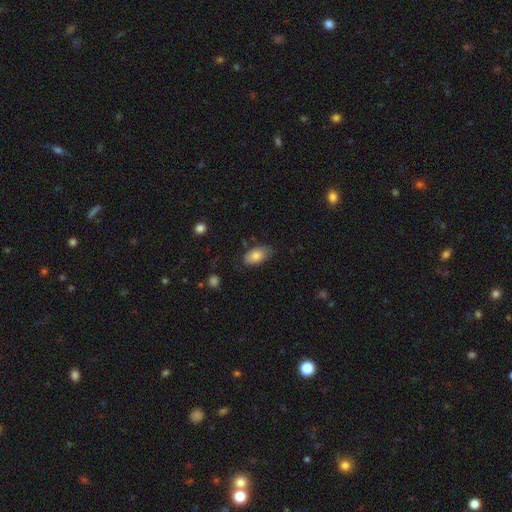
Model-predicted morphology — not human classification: A smooth galaxy with no disk features (81%) that is in between round and cigar-shaped (93%).

Vote fractions:
- Smooth or featured? smooth: 81% / featured or disk: 13% / star or artifact: 7%
- How rounded? in between: 93% / round: 5% / cigar-shaped: 2%
- Merging? none: 73% / minor disturbance: 21% / major disturbance: 4% / merger: 2%